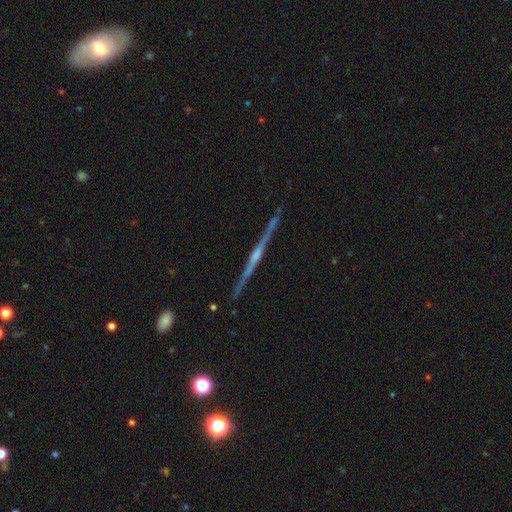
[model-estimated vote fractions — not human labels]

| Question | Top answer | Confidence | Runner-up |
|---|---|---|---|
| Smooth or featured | featured or disk | 84% | smooth (9%) |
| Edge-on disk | yes | 99% | no (1%) |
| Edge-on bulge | rounded | 69% | none (18%) |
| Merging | none | 91% | minor disturbance (7%) |